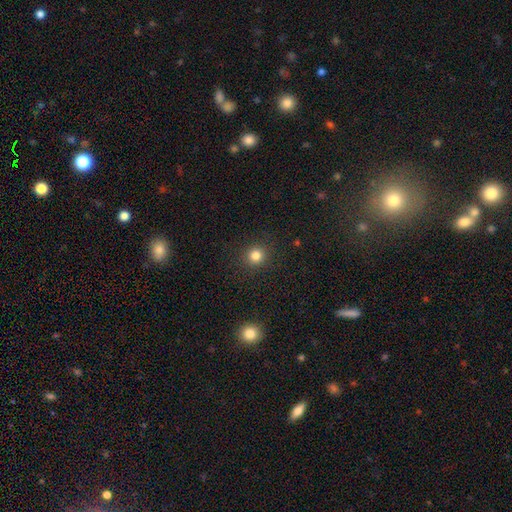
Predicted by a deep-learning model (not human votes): A smooth galaxy with no disk features (83%) that is round (91%). Merging: none (91%).